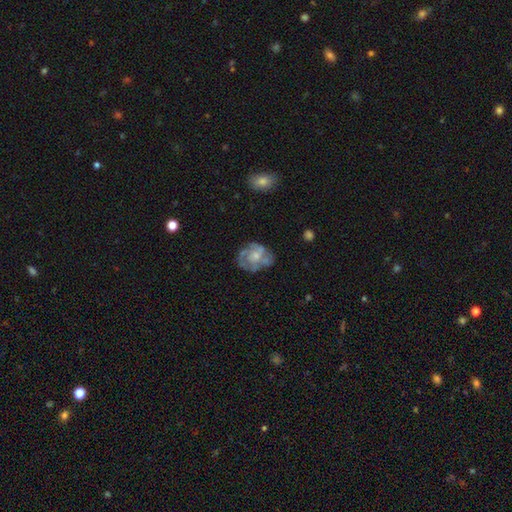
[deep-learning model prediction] A featured or disk galaxy (66%) with no bar (83%), spiral arms (52%) and a moderate central bulge (42%).

Vote fractions:
- Smooth or featured? featured or disk: 66% / smooth: 27% / star or artifact: 7%
- Edge-on disk? no: 98% / yes: 2%
- Bar? no: 83% / weak: 14% / strong: 2%
- Spiral arms? yes: 52% / no: 48%
- Bulge size? moderate: 42% / small: 38% / none: 13% / large: 6% / dominant: 1%
- Merging? none: 55% / minor disturbance: 24% / major disturbance: 17% / merger: 4%